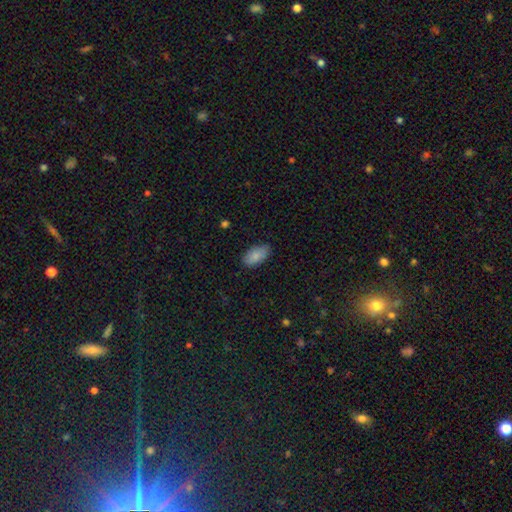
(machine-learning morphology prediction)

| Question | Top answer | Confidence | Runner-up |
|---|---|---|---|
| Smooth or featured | smooth | 86% | featured or disk (7%) |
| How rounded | in between | 94% | cigar-shaped (3%) |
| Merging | none | 84% | minor disturbance (13%) |